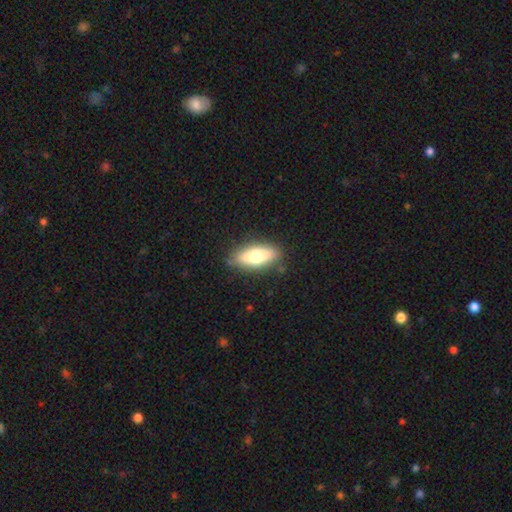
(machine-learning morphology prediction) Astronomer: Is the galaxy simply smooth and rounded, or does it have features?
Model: smooth — 68%.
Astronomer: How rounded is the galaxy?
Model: in between — 71%.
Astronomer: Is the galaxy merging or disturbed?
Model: none — 86%.